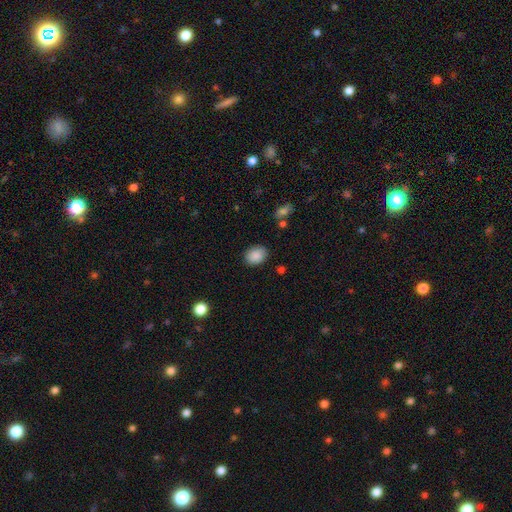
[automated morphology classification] smooth-or-featured: smooth: 88% | star or artifact: 8% | featured or disk: 4%
  how-rounded: in between: 66% | round: 33% | cigar-shaped: 1%
  merging: none: 86% | minor disturbance: 10% | major disturbance: 3% | merger: 1%